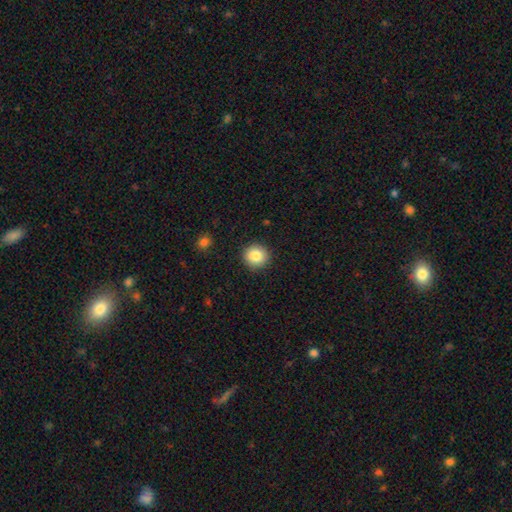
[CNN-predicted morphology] The model was most divided on "smooth or featured": smooth: 85%, star or artifact: 9%, featured or disk: 6%. More confident: how rounded — round (92%); merging — none (91%).